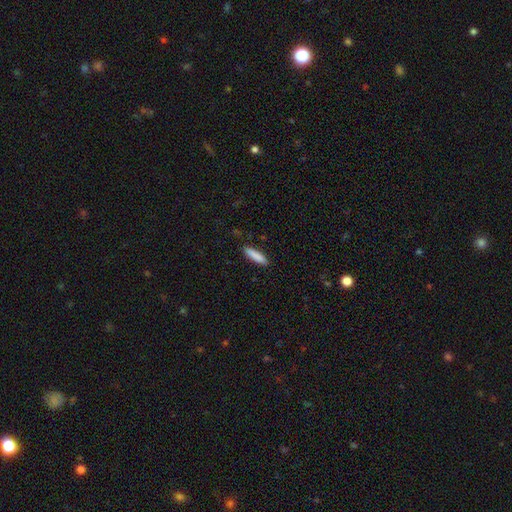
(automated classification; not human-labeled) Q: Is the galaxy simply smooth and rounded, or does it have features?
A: smooth — 87%.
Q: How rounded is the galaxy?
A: cigar-shaped — 81%.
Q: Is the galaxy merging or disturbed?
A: none — 89%.